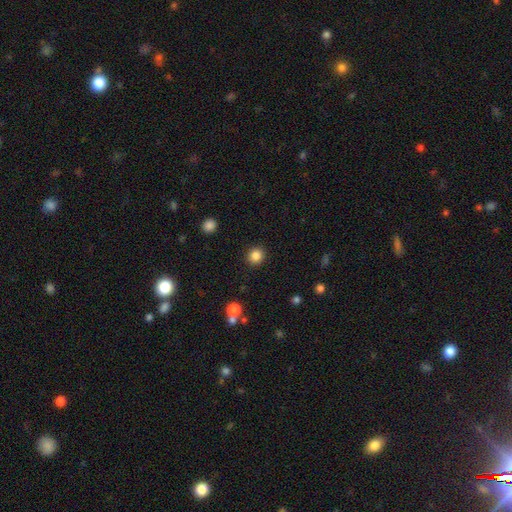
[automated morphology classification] Overall: smooth (85%). How rounded: round (90%). Merging: none (91%).